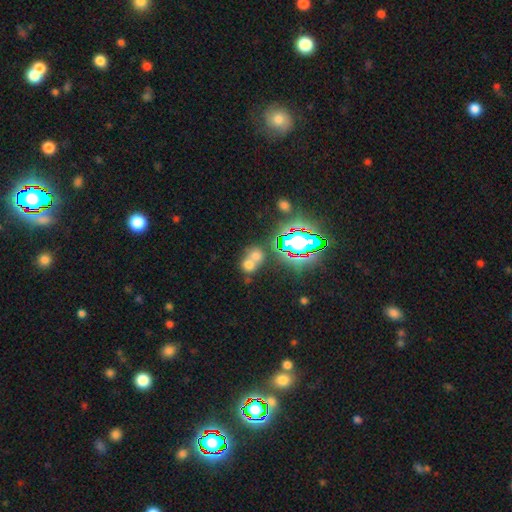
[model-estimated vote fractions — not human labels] The model was most divided on "merging": merger: 61%, none: 30%, minor disturbance: 6%, major disturbance: 4%. More confident: how rounded — round (68%); smooth or featured — smooth (59%).